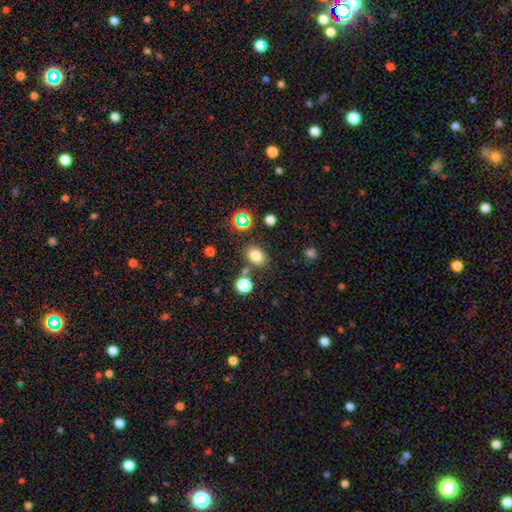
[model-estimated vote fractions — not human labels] A smooth galaxy with no disk features (76%) that is in between round and cigar-shaped (63%). Merging: none (78%).